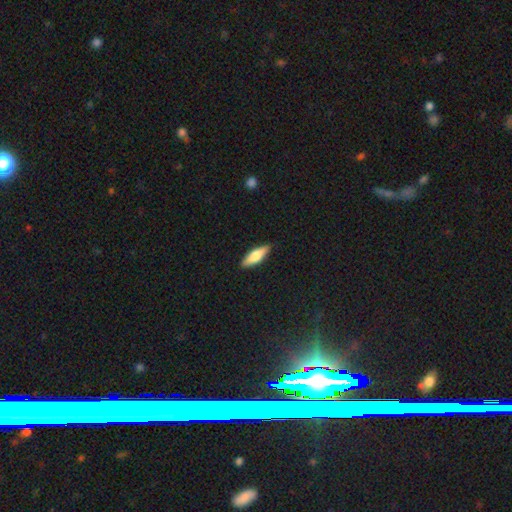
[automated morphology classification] smooth_or_featured: smooth (p=0.62) [alt: featured or disk p=0.32]
how_rounded: cigar-shaped (p=0.52) [alt: in between p=0.46]
merging: none (p=0.89) [alt: minor disturbance p=0.08]